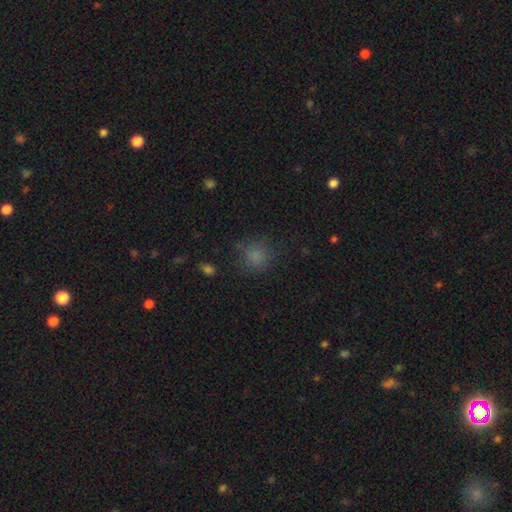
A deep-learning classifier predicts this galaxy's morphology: A smooth galaxy with no disk features (79%) that is round (86%). Merging: none (76%).